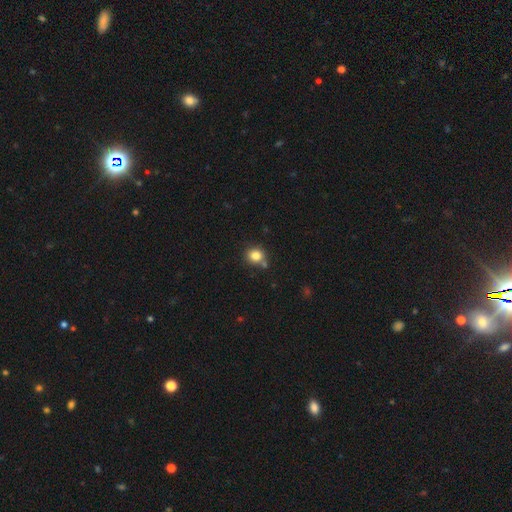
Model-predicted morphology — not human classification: type=smooth (82%); roundness=round (82%); merging=none (74%).